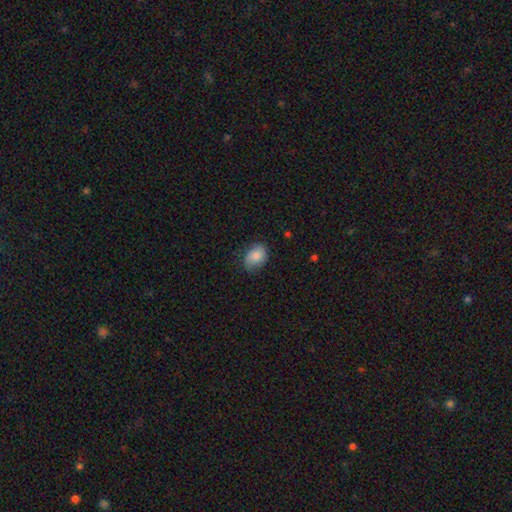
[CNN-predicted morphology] Smooth or featured? smooth (83%)
How rounded? in between (75%)
Merging? none (72%)